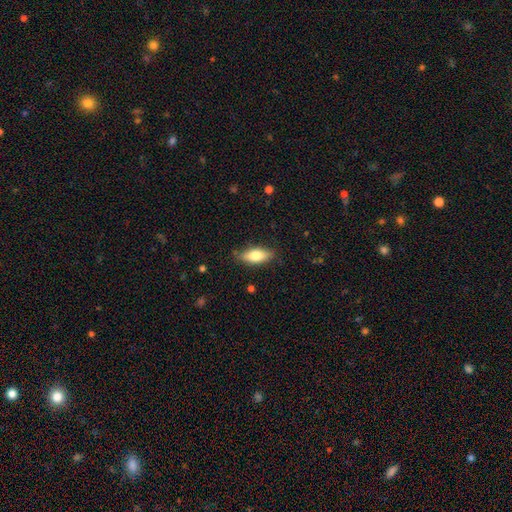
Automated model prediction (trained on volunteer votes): A smooth galaxy with no disk features (74%) that is in between round and cigar-shaped (76%). Merging: none (83%).